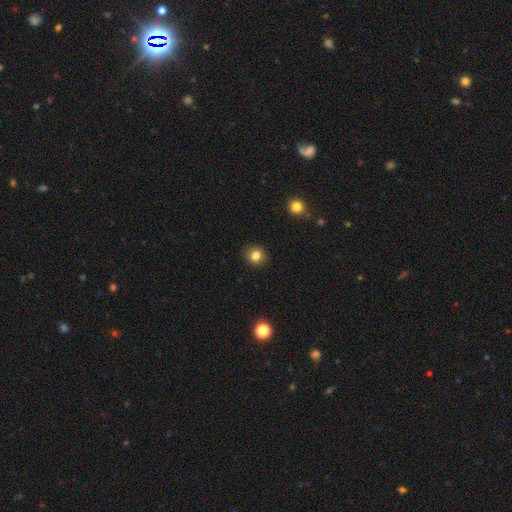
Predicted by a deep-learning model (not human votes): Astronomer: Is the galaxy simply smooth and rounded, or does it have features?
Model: smooth — 82%.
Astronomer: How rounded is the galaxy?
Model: round — 81%.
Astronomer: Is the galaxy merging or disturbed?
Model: none — 89%.